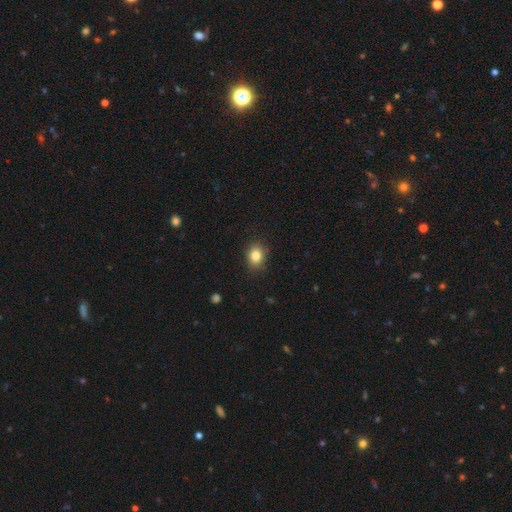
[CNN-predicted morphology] Smooth or featured?
  - smooth: 83% *
  - star or artifact: 10%
  - featured or disk: 7%
How rounded?
  - round: 50% *
  - in between: 49%
  - cigar-shaped: 1%
Merging?
  - none: 86% *
  - minor disturbance: 11%
  - major disturbance: 2%
  - merger: 1%